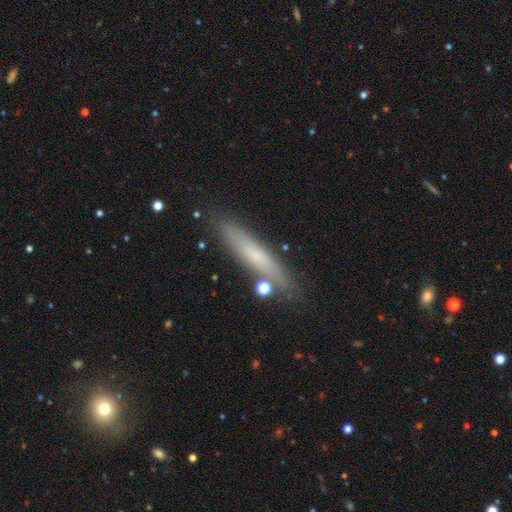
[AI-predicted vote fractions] A smooth galaxy with no disk features (57%) that is cigar-shaped (87%).

Vote fractions:
- Smooth or featured? smooth: 57% / featured or disk: 34% / star or artifact: 9%
- How rounded? cigar-shaped: 87% / in between: 11% / round: 2%
- Merging? none: 82% / minor disturbance: 12% / merger: 4% / major disturbance: 3%